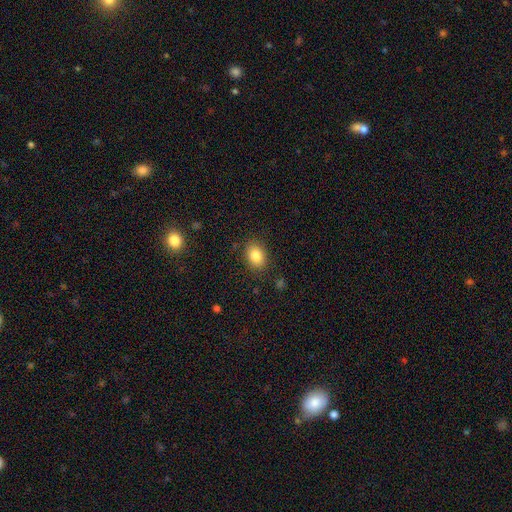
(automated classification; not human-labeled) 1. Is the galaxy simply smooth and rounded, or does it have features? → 85% smooth, 9% star or artifact, 7% featured or disk.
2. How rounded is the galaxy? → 75% in between, 24% round, 1% cigar-shaped.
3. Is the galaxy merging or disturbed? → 85% none, 11% minor disturbance, 3% major disturbance, 1% merger.